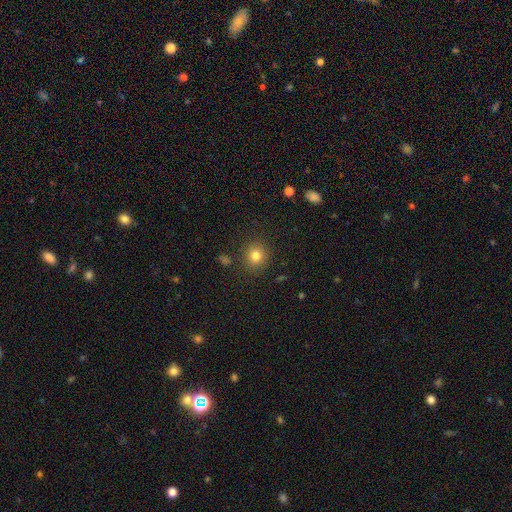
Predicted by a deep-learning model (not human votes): Smooth or featured? smooth (80%)
How rounded? round (89%)
Merging? none (88%)